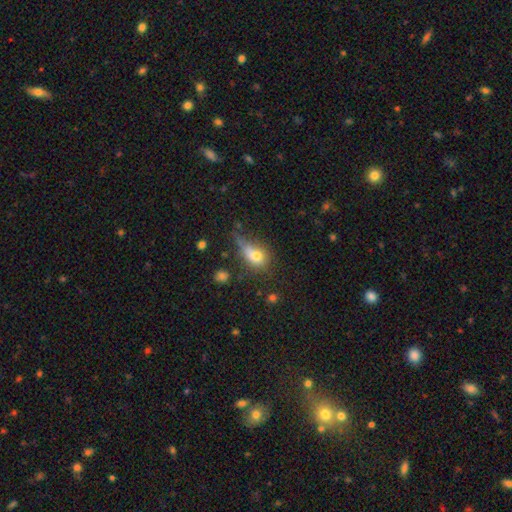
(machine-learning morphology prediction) Overall: smooth (70%). How rounded: in between (64%; round 30%). Merging: major disturbance (30%; none 29%).